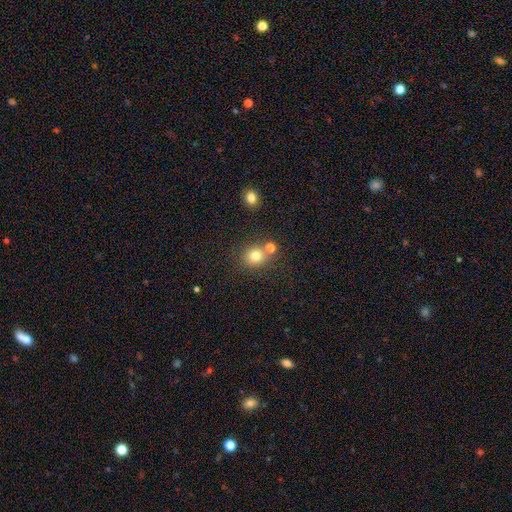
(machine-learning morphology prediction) Smooth or featured? smooth (77%)
How rounded? round (82%)
Merging? none (67%)